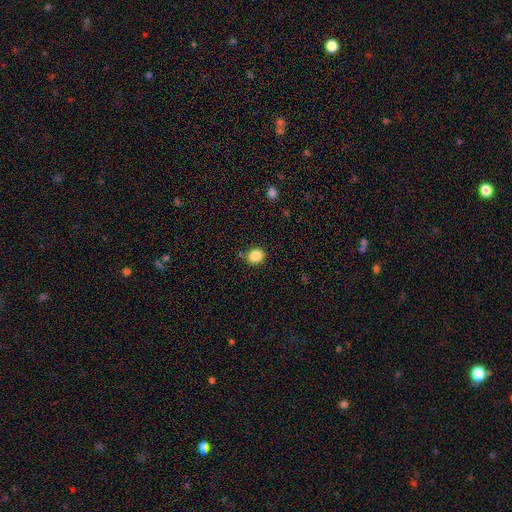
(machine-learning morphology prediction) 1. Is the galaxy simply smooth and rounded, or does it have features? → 87% smooth, 10% star or artifact, 4% featured or disk.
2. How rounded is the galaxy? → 75% round, 24% in between, 1% cigar-shaped.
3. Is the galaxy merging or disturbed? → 80% none, 13% minor disturbance, 4% merger, 3% major disturbance.